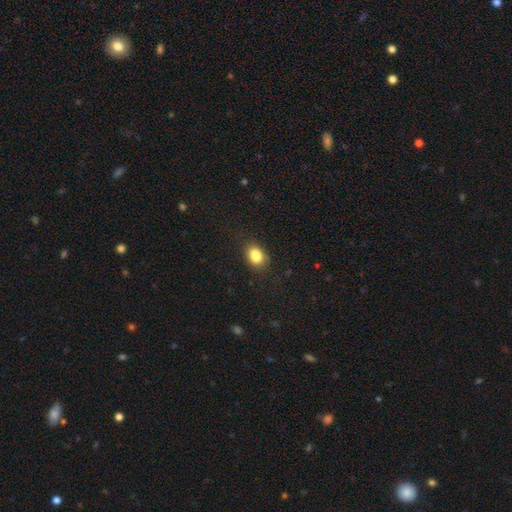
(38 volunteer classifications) This appears to be a smooth galaxy with no disk features (95%) that is in between round and cigar-shaped (83%). Merging: none (82%).